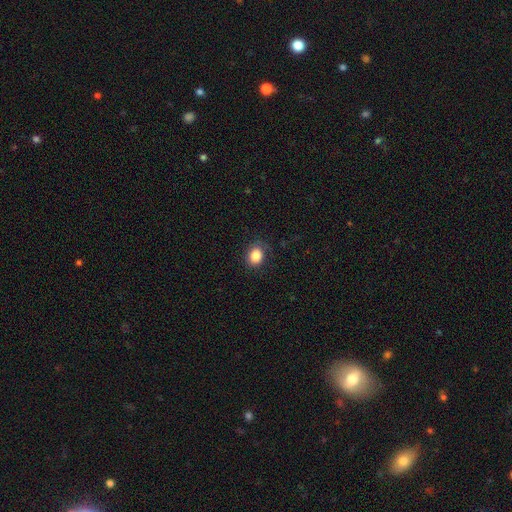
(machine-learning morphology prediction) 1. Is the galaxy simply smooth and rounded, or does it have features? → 86% smooth, 9% star or artifact, 5% featured or disk.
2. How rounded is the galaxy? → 52% round, 47% in between, 1% cigar-shaped.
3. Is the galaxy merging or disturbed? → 79% none, 15% minor disturbance, 5% major disturbance, 1% merger.